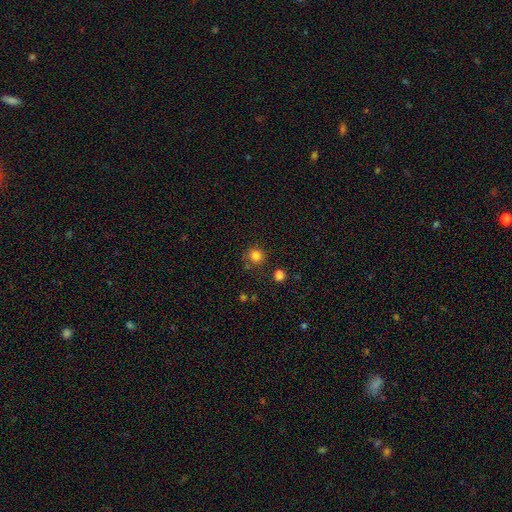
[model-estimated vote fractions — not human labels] A smooth galaxy with no disk features (82%) that is round (91%).

Vote fractions:
- Smooth or featured? smooth: 82% / star or artifact: 13% / featured or disk: 5%
- How rounded? round: 91% / in between: 8% / cigar-shaped: 1%
- Merging? none: 79% / minor disturbance: 11% / merger: 5% / major disturbance: 4%